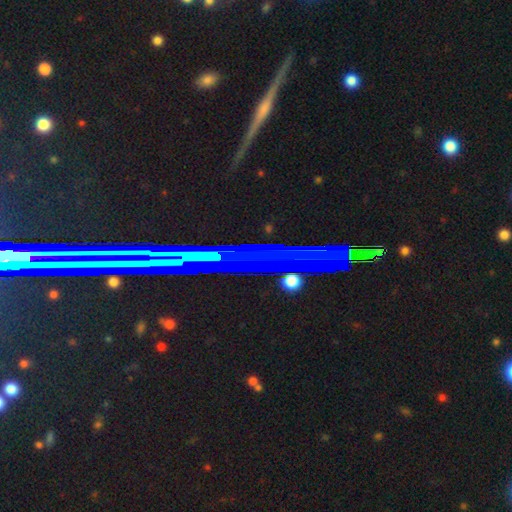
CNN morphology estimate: Smooth or featured?
  - star or artifact: 62% *
  - featured or disk: 26%
  - smooth: 11%